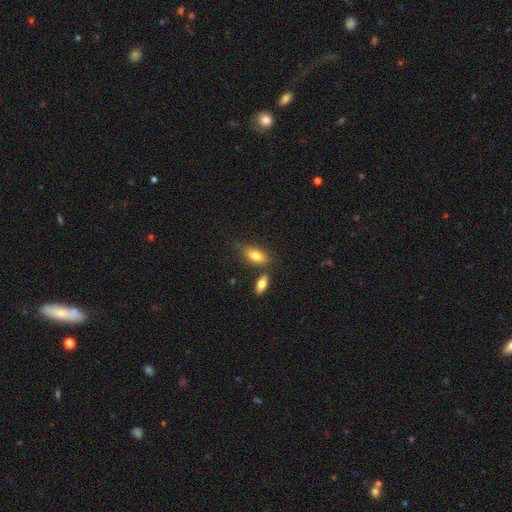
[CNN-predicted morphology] type=smooth (80%); roundness=in between (85%); merging=none (61%).